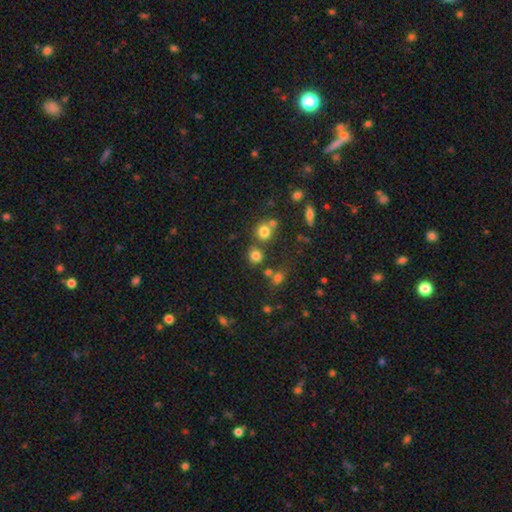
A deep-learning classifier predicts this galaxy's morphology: A smooth galaxy with no disk features (76%) that is round (88%).

Vote fractions:
- Smooth or featured? smooth: 76% / star or artifact: 17% / featured or disk: 7%
- How rounded? round: 88% / in between: 11% / cigar-shaped: 1%
- Merging? none: 68% / merger: 19% / minor disturbance: 9% / major disturbance: 4%